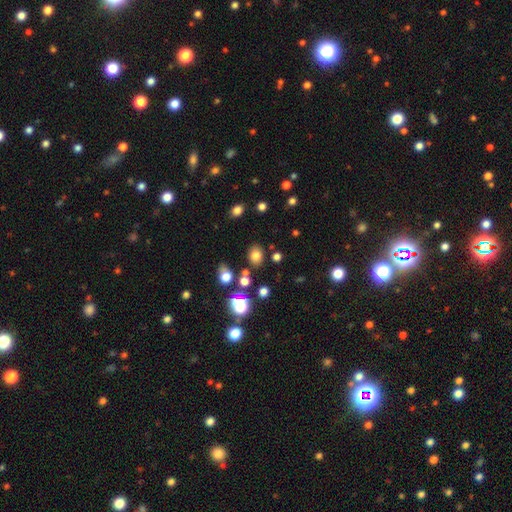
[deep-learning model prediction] Smooth or featured? smooth (73%)
How rounded? in between (58%)
Merging? none (79%)